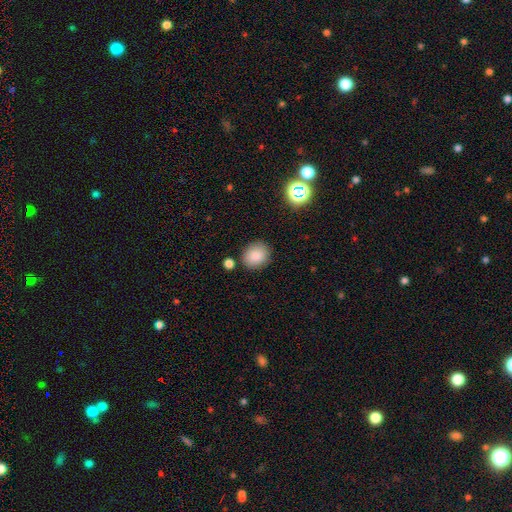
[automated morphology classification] This appears to be a smooth galaxy with no disk features (86%) that is round (67%). Merging: none (83%).